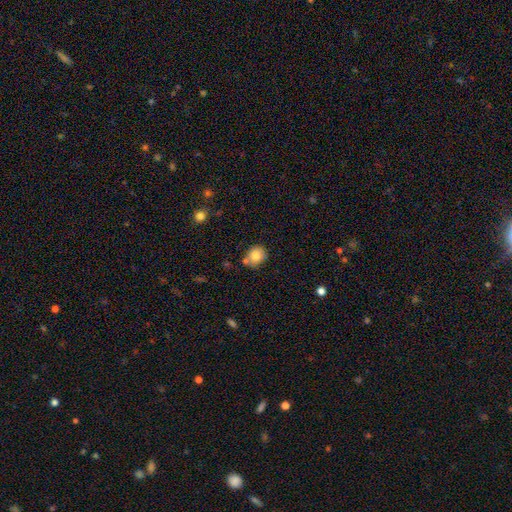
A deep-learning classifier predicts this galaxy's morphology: Smooth or featured: smooth — 82% (star or artifact — 9%)
How rounded: round — 77% (in between — 22%)
Merging: none — 72% (minor disturbance — 15%)